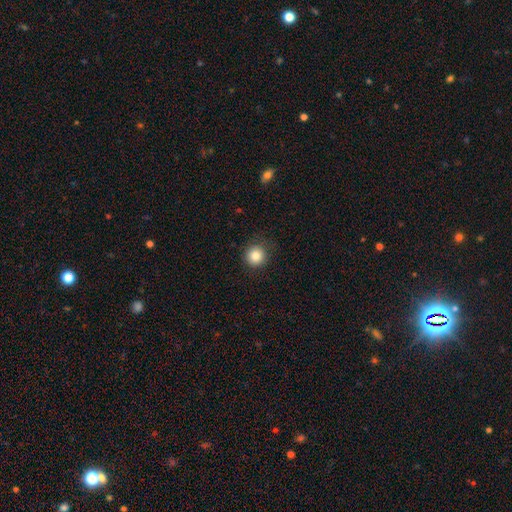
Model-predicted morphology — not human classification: Q: Smooth or featured?
A: smooth (84%); runner-up: star or artifact (10%)
Q: How rounded?
A: round (94%); runner-up: in between (5%)
Q: Merging?
A: none (86%); runner-up: minor disturbance (10%)